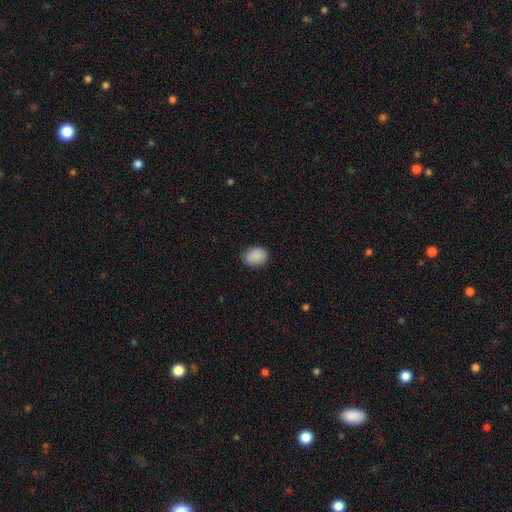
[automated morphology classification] This is clearly a smooth galaxy (89%). How rounded: likely in between (61%). Merging: clearly none (82%).